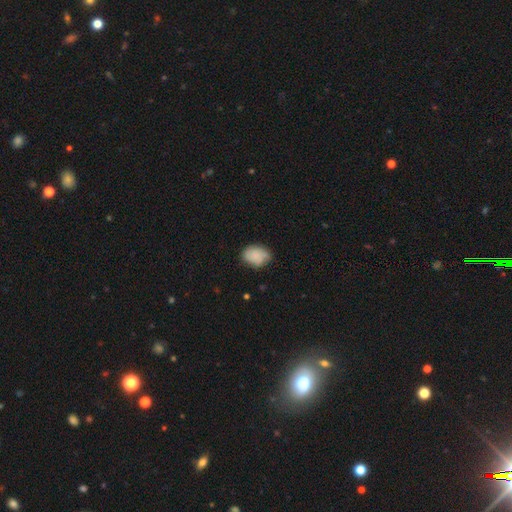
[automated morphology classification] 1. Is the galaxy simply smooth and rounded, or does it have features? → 70% smooth, 21% featured or disk, 9% star or artifact.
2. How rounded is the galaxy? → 70% in between, 29% round, 1% cigar-shaped.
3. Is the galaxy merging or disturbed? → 63% none, 27% minor disturbance, 8% major disturbance, 2% merger.